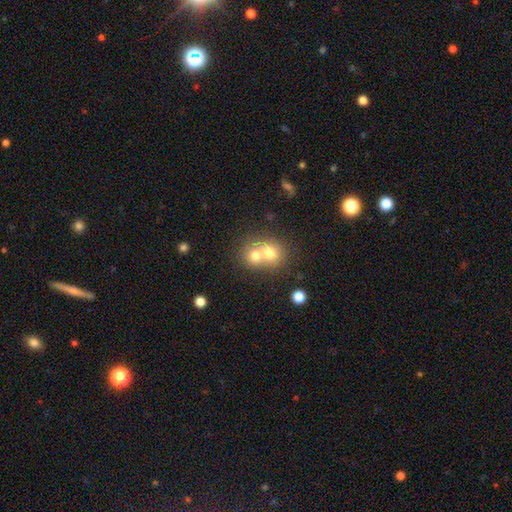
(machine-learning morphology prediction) smooth 70%, featured or disk 19%, star or artifact 11%. Down the decision tree: how rounded — round (70%); merging — merger (68%).